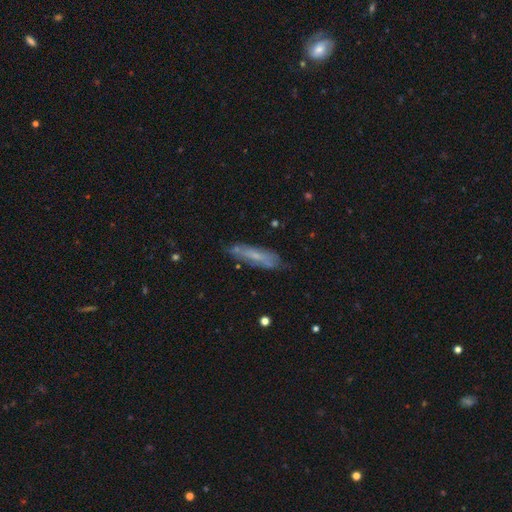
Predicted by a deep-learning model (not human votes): This appears to be a smooth galaxy with no disk features (47%). Merging: none (72%).